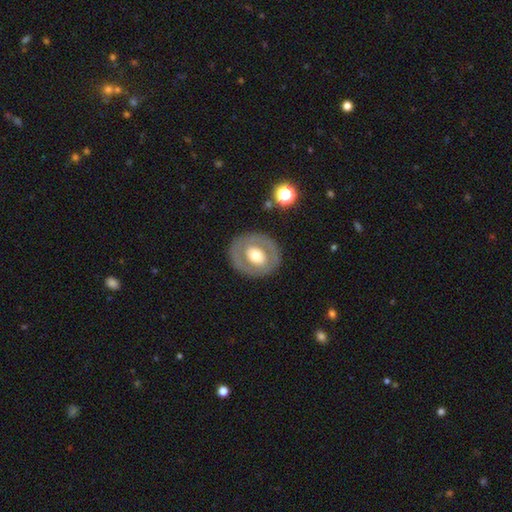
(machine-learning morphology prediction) This is possibly a featured or disk galaxy (52%). It is clearly not viewed edge-on (95%). Merging: clearly none (83%).